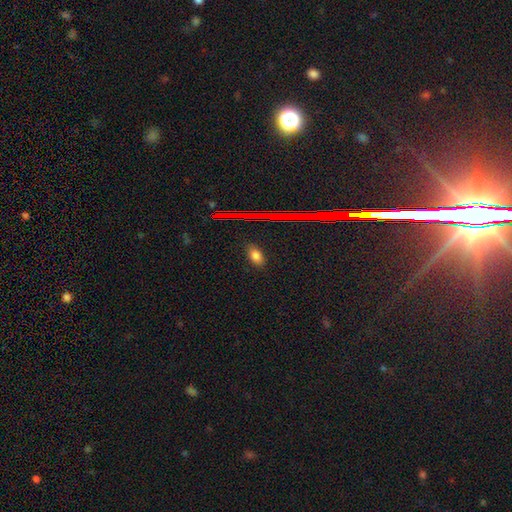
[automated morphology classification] Smooth or featured? smooth (77%)
How rounded? in between (89%)
Merging? none (86%)